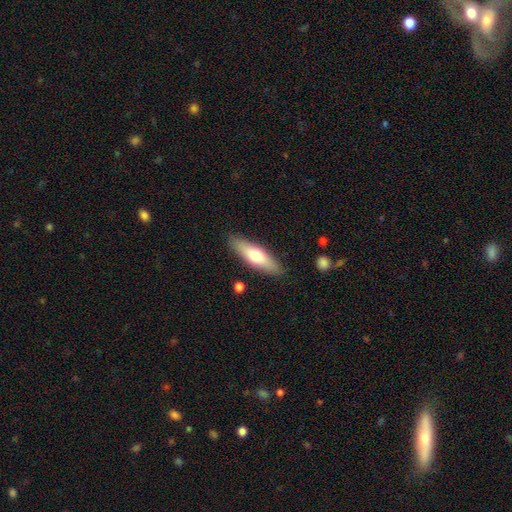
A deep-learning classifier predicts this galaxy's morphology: The model was most divided on "how rounded": cigar-shaped: 58%, in between: 40%, round: 2%. More confident: merging — none (87%); smooth or featured — smooth (59%).